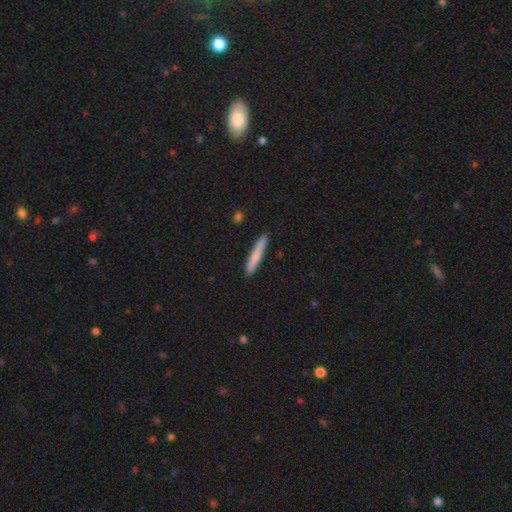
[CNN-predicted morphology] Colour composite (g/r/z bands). It shows a smooth galaxy with no disk features (76%) that is cigar-shaped (94%). Merging: none (90%).